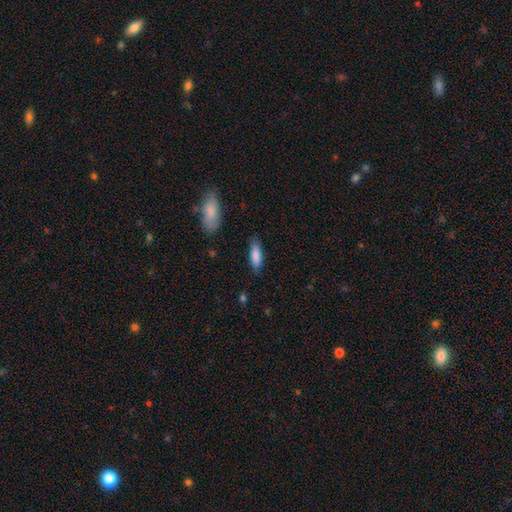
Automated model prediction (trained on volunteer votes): A smooth galaxy with no disk features (83%) that is in between round and cigar-shaped (55%).

Vote fractions:
- Smooth or featured? smooth: 83% / featured or disk: 10% / star or artifact: 6%
- How rounded? in between: 55% / cigar-shaped: 44% / round: 2%
- Merging? none: 80% / minor disturbance: 15% / major disturbance: 3% / merger: 2%